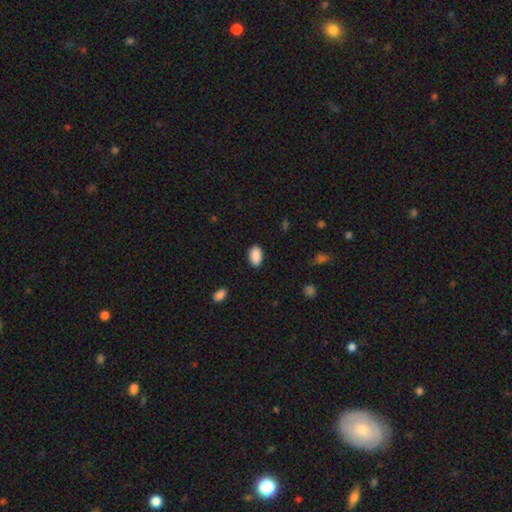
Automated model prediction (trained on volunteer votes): Overall: smooth (90%). How rounded: in between (93%). Merging: none (87%).